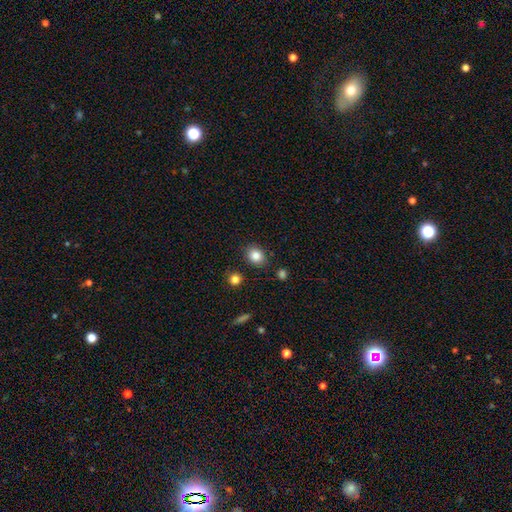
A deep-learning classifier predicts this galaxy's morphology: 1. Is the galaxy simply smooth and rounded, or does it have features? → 84% smooth, 10% star or artifact, 6% featured or disk.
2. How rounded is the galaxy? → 51% round, 48% in between, 1% cigar-shaped.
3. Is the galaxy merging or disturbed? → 85% none, 9% minor disturbance, 3% merger, 3% major disturbance.